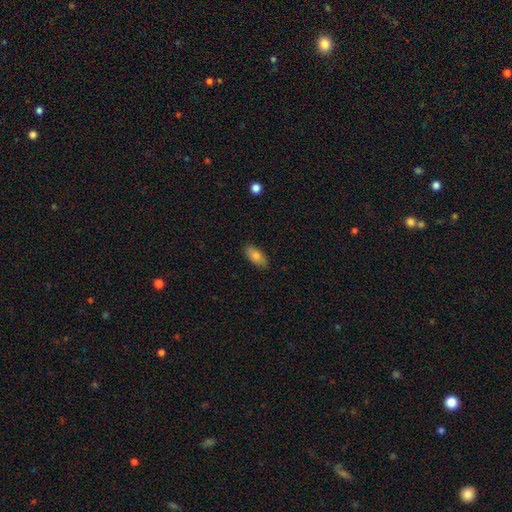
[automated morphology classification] The model was most divided on "smooth or featured": smooth: 78%, featured or disk: 14%, star or artifact: 7%. More confident: how rounded — in between (88%); merging — none (86%).